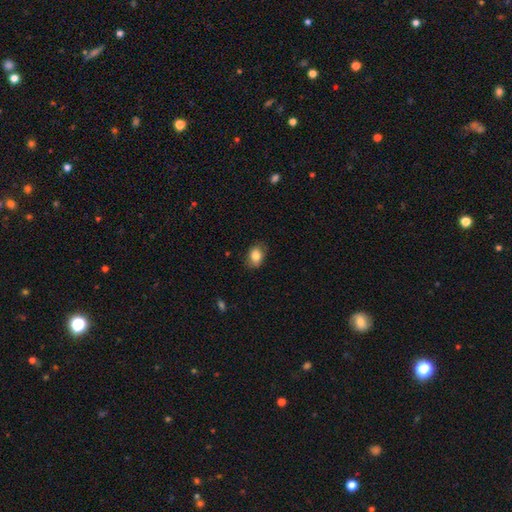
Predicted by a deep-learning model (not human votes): smooth 83%, featured or disk 9%, star or artifact 8%. Down the decision tree: how rounded — in between (71%); merging — none (77%).